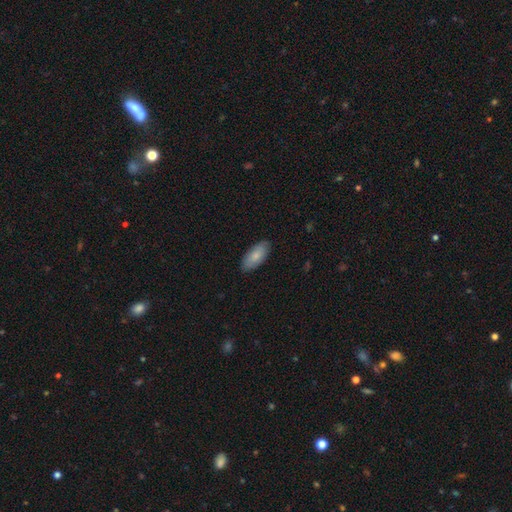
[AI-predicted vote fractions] Overall: smooth (82%). How rounded: in between (90%). Merging: none (86%).